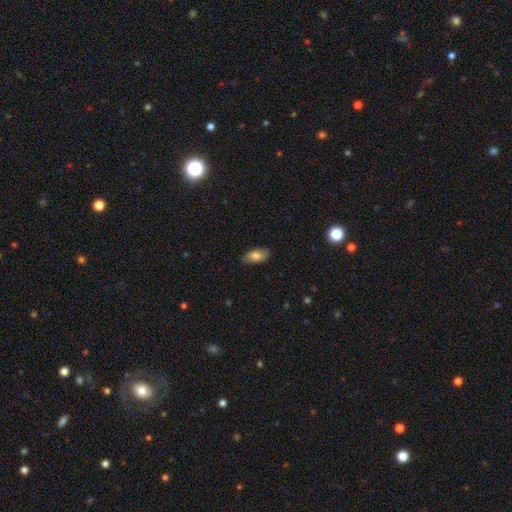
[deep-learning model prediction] This is likely a smooth galaxy (77%). How rounded: clearly in between (91%). Merging: clearly none (81%).